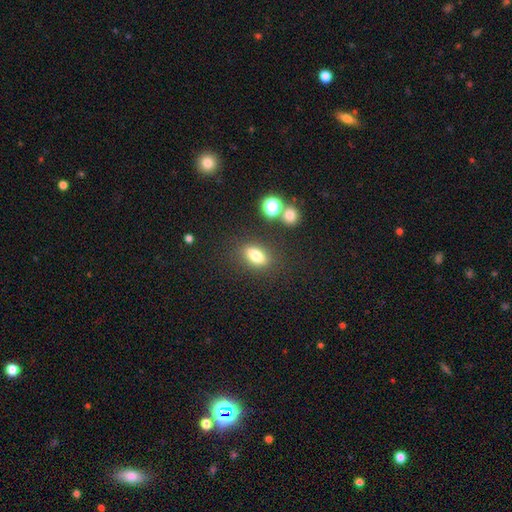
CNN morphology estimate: Q: Smooth or featured?
A: smooth (79%); runner-up: star or artifact (11%)
Q: How rounded?
A: in between (80%); runner-up: round (10%)
Q: Merging?
A: none (81%); runner-up: minor disturbance (11%)